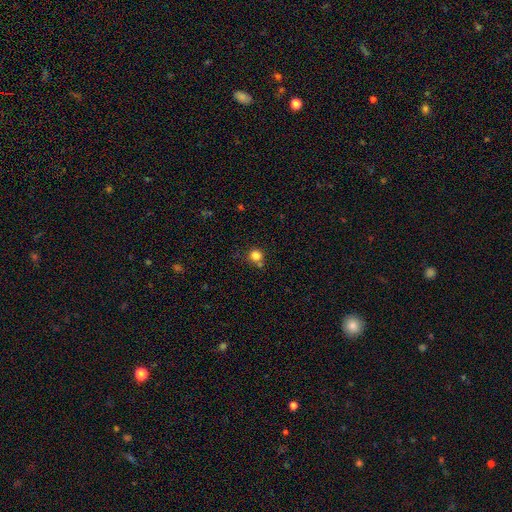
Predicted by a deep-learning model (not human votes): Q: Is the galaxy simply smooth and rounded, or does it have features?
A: smooth — 83%.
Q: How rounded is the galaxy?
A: round — 88%.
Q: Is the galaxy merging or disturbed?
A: none — 69%.